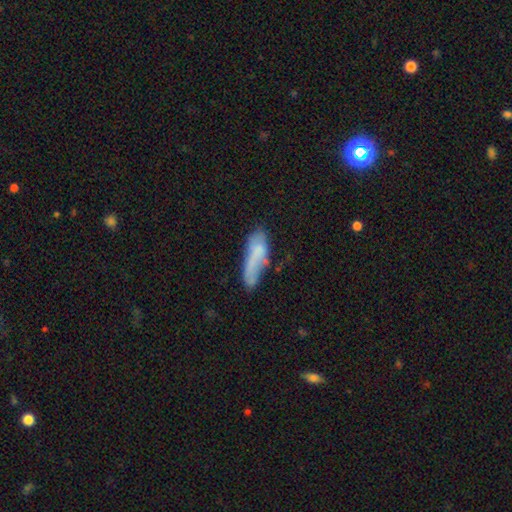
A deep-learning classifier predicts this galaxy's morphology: type=smooth (66%); roundness=cigar-shaped (53%); merging=none (43%).